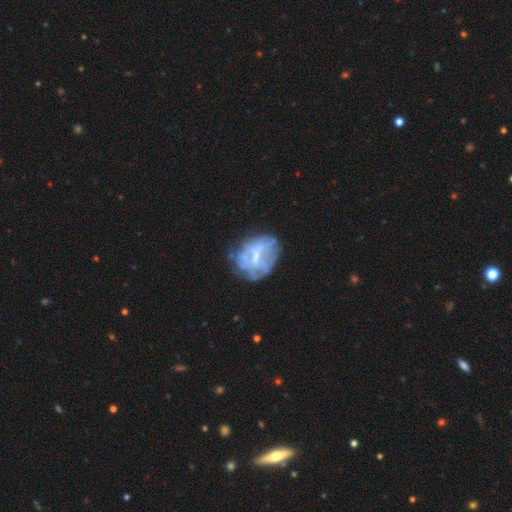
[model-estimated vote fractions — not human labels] The model was most divided on "bulge size" (2-way tie): none: 33%, small: 33%, moderate: 30%, large: 3%, dominant: 1%. Remaining: edge-on disk — no (97%); spiral arms — no (76%); smooth or featured — featured or disk (60%); merging — none (53%); bar — no (43%).